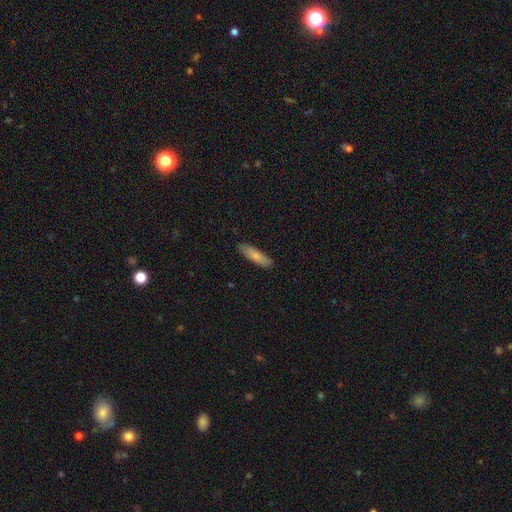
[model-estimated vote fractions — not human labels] Overall: smooth (80%). How rounded: cigar-shaped (64%; in between 34%). Merging: none (88%).